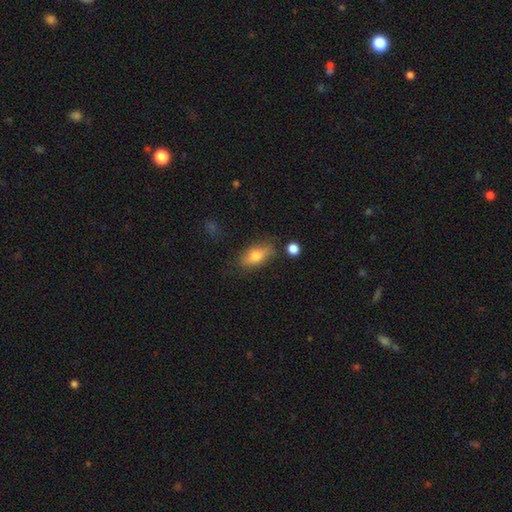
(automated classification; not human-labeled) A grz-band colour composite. It shows a smooth galaxy with no disk features (74%) that is in between round and cigar-shaped (82%). Merging: none (76%).